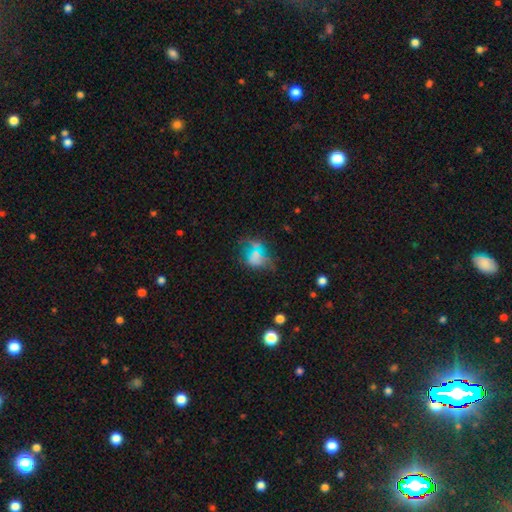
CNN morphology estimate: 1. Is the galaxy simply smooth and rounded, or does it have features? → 55% smooth, 25% star or artifact, 21% featured or disk.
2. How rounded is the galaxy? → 50% round, 47% in between, 3% cigar-shaped.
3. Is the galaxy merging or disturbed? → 44% none, 23% minor disturbance, 21% major disturbance, 12% merger.